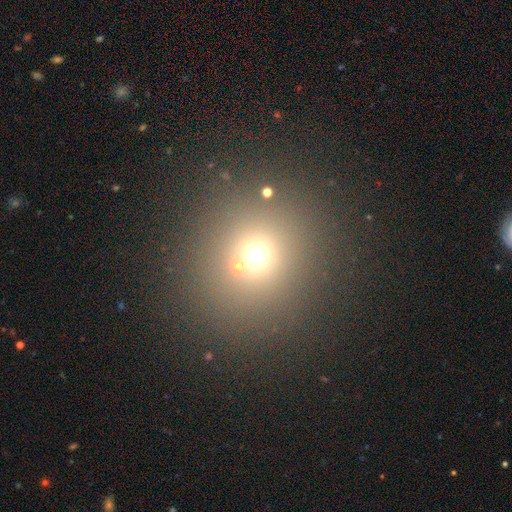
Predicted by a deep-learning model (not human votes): smooth_or_featured: smooth (p=0.61) [alt: star or artifact p=0.29]
how_rounded: round (p=0.89) [alt: in between p=0.10]
merging: none (p=0.75) [alt: merger p=0.13]